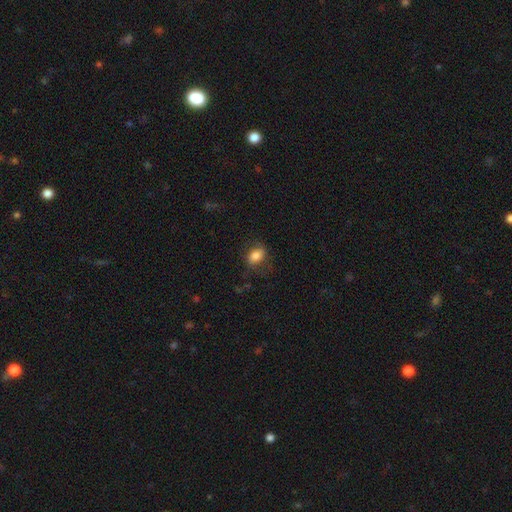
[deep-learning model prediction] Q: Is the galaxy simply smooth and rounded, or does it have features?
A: smooth — 79%.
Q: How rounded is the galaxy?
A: in between — 76%.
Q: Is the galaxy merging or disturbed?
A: none — 68%.